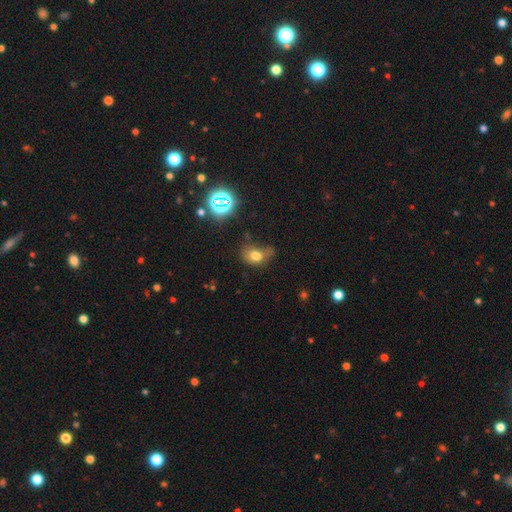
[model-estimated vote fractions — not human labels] This is likely a smooth galaxy (69%). How rounded: likely in between (63%). Merging: marginally none (34%).